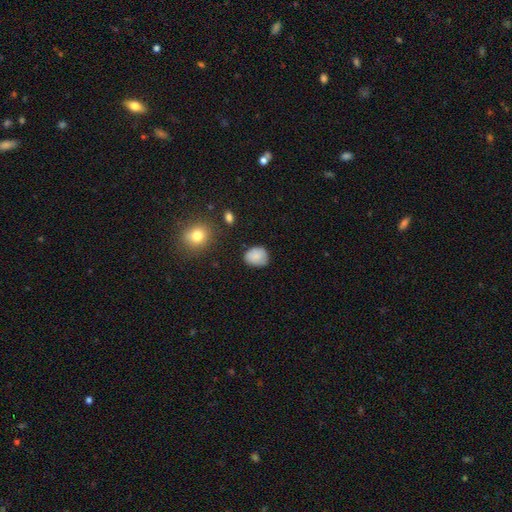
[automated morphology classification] type=smooth (83%); roundness=round (55%); merging=none (71%).